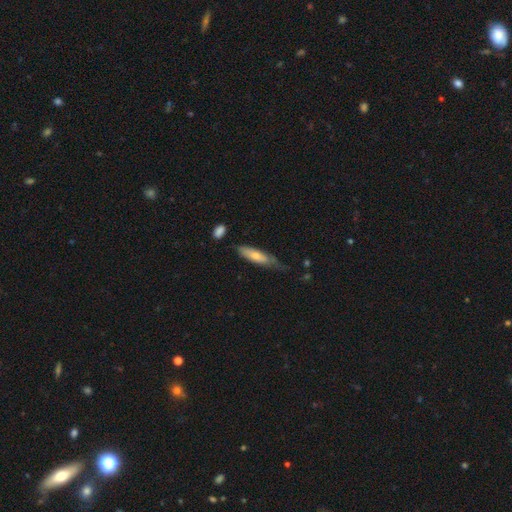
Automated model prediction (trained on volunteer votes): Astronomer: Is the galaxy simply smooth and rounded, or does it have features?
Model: smooth — 64%.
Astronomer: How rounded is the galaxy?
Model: cigar-shaped — 59% (runner-up: in between, 40%).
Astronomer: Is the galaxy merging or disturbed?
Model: none — 46% (runner-up: minor disturbance, 36%).